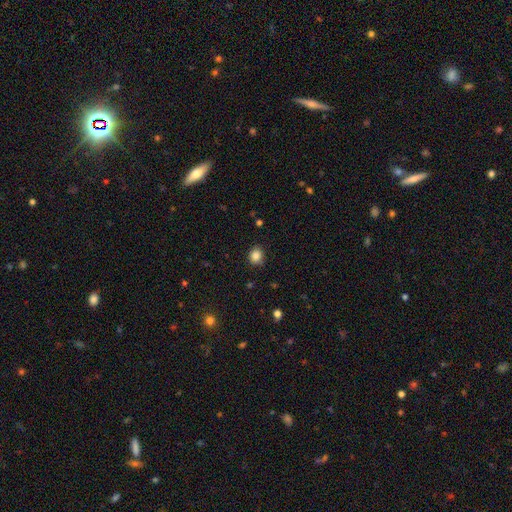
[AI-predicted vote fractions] Smooth or featured: smooth — 85% (star or artifact — 11%)
How rounded: round — 72% (in between — 27%)
Merging: none — 84% (minor disturbance — 13%)